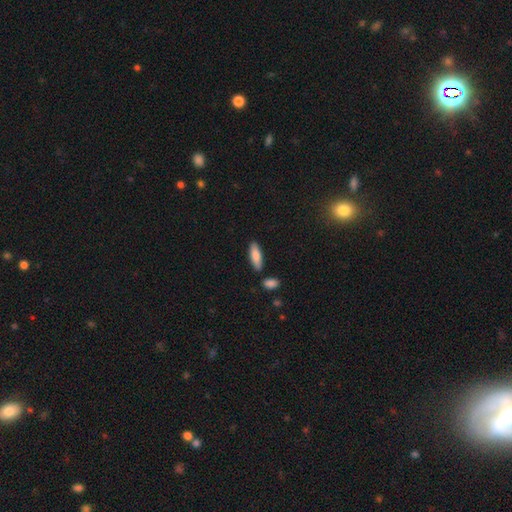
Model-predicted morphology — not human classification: smooth_or_featured: smooth (p=0.83) [alt: featured or disk p=0.12]
how_rounded: in between (p=0.52) [alt: cigar-shaped p=0.47]
merging: none (p=0.83) [alt: minor disturbance p=0.10]